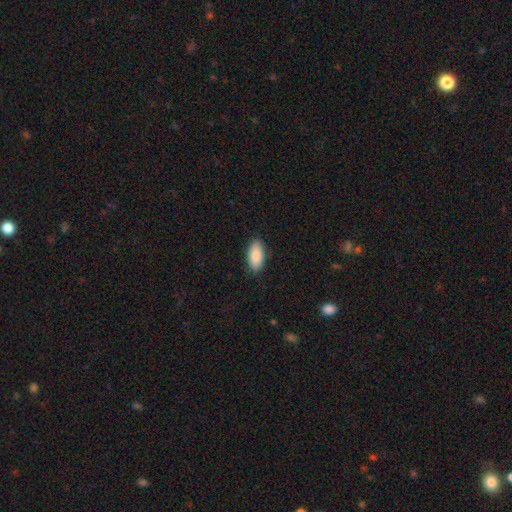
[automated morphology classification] Smooth or featured?
  - smooth: 89% *
  - star or artifact: 6%
  - featured or disk: 5%
How rounded?
  - in between: 92% *
  - cigar-shaped: 6%
  - round: 2%
Merging?
  - none: 88% *
  - minor disturbance: 9%
  - major disturbance: 2%
  - merger: 1%